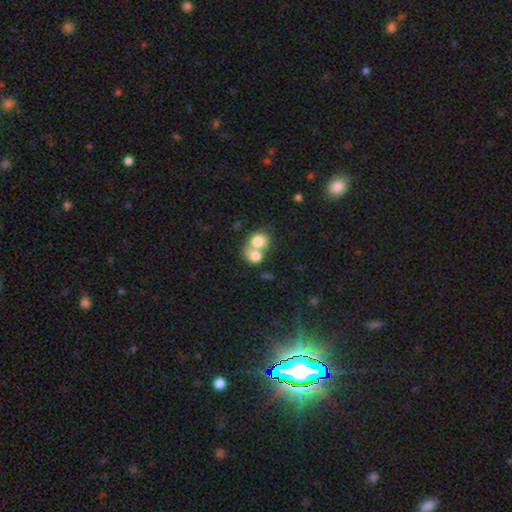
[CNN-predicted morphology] A smooth galaxy with no disk features (76%) that is round (55%). Merging: merger (71%).